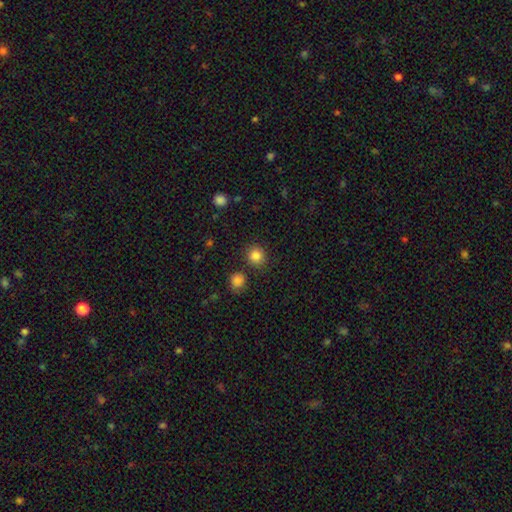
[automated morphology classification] Overall: smooth (85%). How rounded: round (90%). Merging: none (87%).